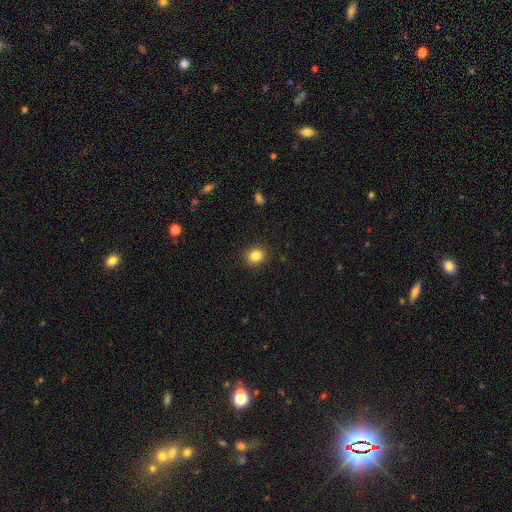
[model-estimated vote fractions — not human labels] The model was most divided on "how rounded": round: 77%, in between: 22%, cigar-shaped: 1%. More confident: merging — none (90%); smooth or featured — smooth (84%).